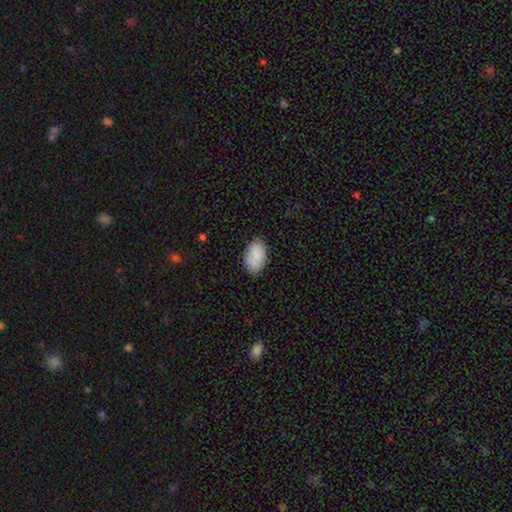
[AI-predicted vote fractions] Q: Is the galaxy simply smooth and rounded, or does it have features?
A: smooth — 89%.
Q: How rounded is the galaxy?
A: in between — 92%.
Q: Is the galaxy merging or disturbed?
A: none — 83%.